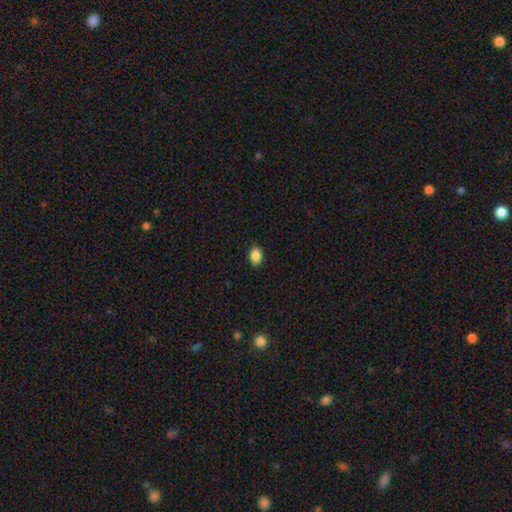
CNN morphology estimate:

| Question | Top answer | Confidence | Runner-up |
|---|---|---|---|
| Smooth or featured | smooth | 87% | star or artifact (9%) |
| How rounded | in between | 70% | round (29%) |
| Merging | none | 89% | minor disturbance (8%) |